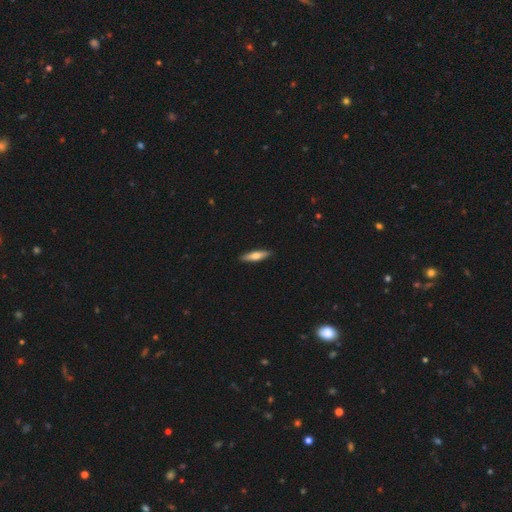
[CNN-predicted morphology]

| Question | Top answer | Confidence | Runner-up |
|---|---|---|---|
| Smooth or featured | smooth | 62% | featured or disk (33%) |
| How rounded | cigar-shaped | 73% | in between (26%) |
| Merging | none | 91% | minor disturbance (7%) |